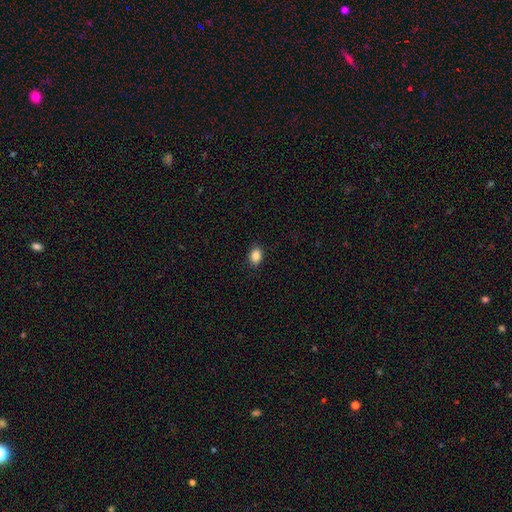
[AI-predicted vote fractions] This is clearly a smooth galaxy (87%). How rounded: likely in between (74%). Merging: clearly none (88%).